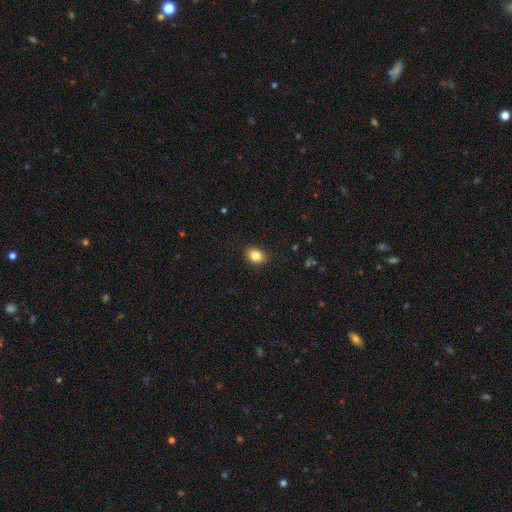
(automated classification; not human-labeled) Smooth or featured: smooth — 84% (star or artifact — 10%)
How rounded: in between — 62% (round — 37%)
Merging: none — 88% (minor disturbance — 9%)